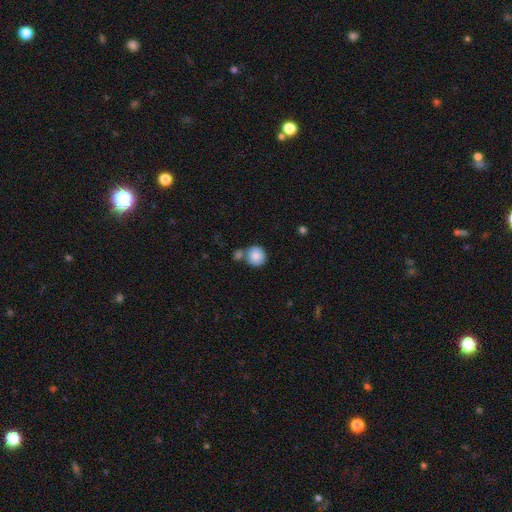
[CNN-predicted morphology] The model was most divided on "merging": none: 56%, merger: 29%, minor disturbance: 12%, major disturbance: 4%. More confident: how rounded — round (92%); smooth or featured — smooth (84%).